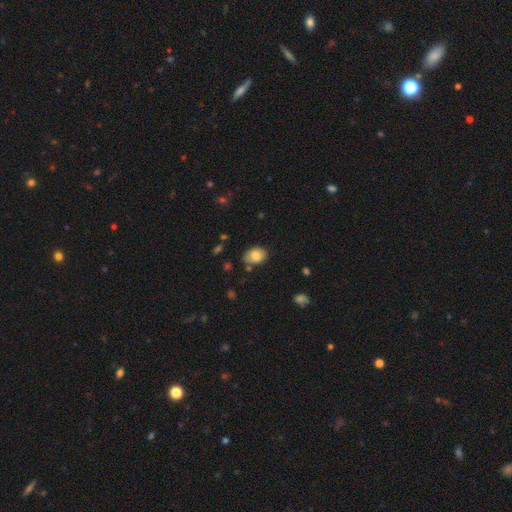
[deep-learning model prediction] Smooth or featured? Predicted: smooth (p=0.80). How rounded? Predicted: in between (p=0.76). Merging? Predicted: none (p=0.75).